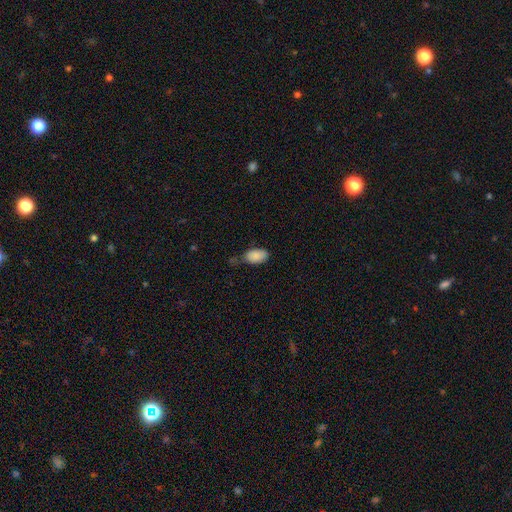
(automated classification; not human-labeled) smooth-or-featured: smooth: 88% | star or artifact: 8% | featured or disk: 5%
  how-rounded: in between: 93% | round: 4% | cigar-shaped: 2%
  merging: none: 53% | minor disturbance: 32% | major disturbance: 8% | merger: 7%